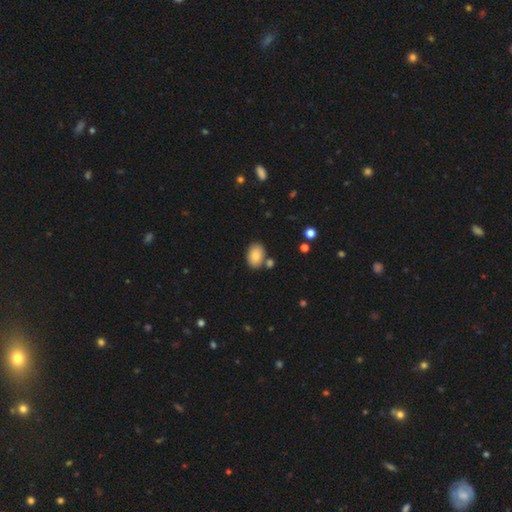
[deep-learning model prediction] This appears to be a smooth galaxy with no disk features (85%) that is in between round and cigar-shaped (87%). Merging: none (76%).